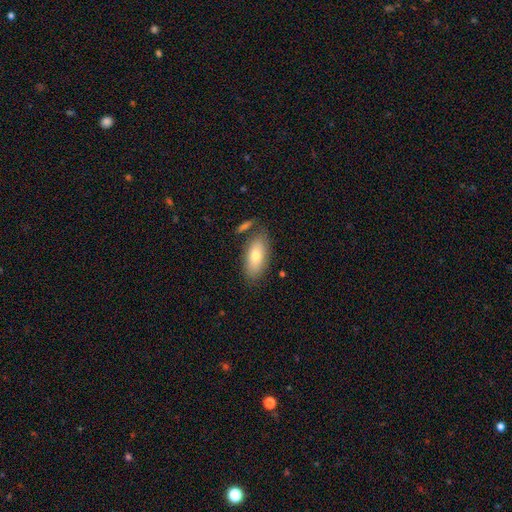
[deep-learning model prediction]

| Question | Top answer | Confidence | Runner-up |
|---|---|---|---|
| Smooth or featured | smooth | 72% | featured or disk (21%) |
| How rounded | in between | 87% | cigar-shaped (9%) |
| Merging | none | 75% | minor disturbance (14%) |